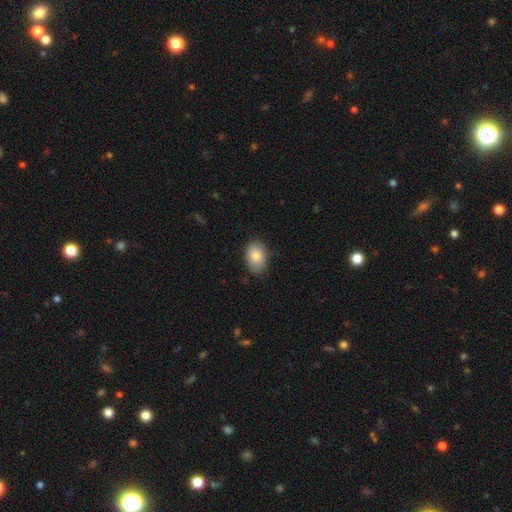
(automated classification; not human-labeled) This appears to be a smooth galaxy with no disk features (83%) that is in between round and cigar-shaped (83%). Merging: none (83%).